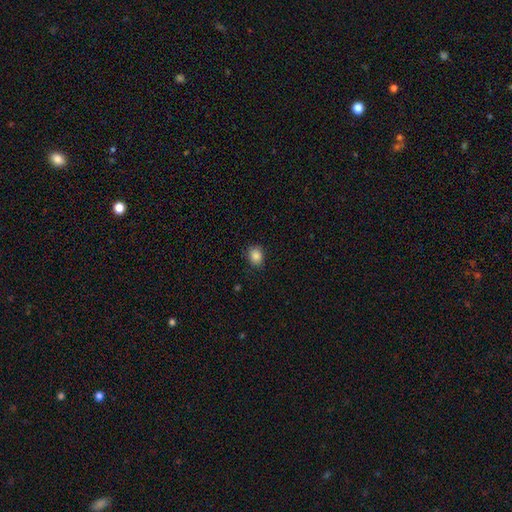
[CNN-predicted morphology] A smooth galaxy with no disk features (87%) that is round (52%). Merging: none (85%).